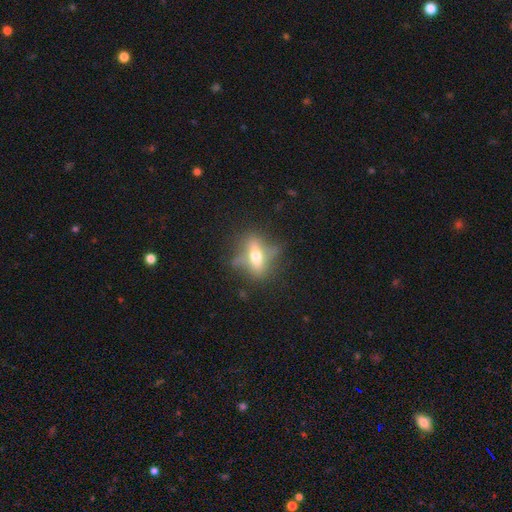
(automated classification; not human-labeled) A featured or disk galaxy (51%) viewed edge-on (65%). Merging: none (63%).